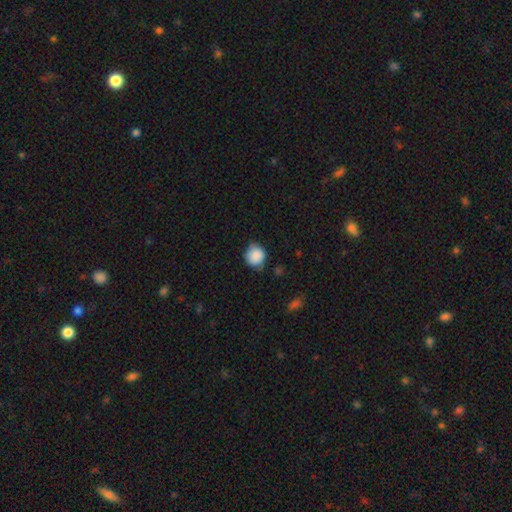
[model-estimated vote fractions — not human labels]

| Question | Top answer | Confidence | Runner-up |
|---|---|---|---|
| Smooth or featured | smooth | 87% | star or artifact (8%) |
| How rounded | round | 81% | in between (18%) |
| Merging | none | 68% | minor disturbance (25%) |